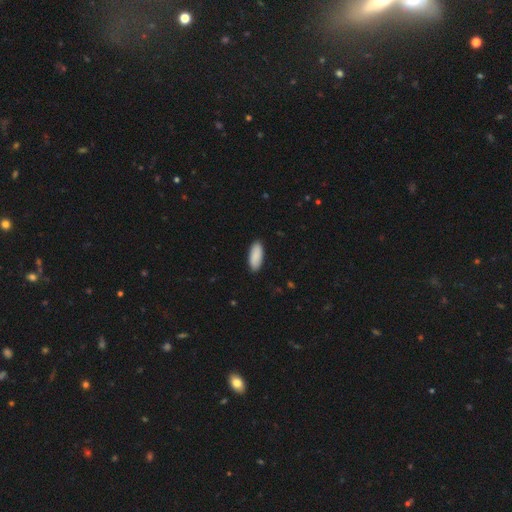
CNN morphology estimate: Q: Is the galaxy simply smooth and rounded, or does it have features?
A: smooth — 91%.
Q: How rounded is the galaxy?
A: in between — 82%.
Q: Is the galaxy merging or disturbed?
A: none — 90%.